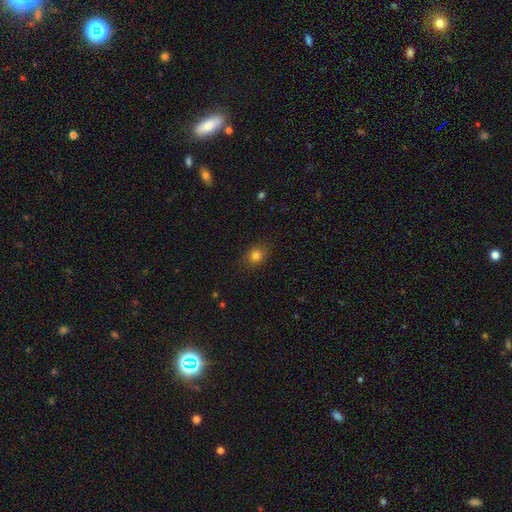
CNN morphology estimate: smooth_or_featured: smooth (p=0.80) [alt: star or artifact p=0.13]
how_rounded: round (p=0.59) [alt: in between p=0.40]
merging: none (p=0.86) [alt: minor disturbance p=0.10]